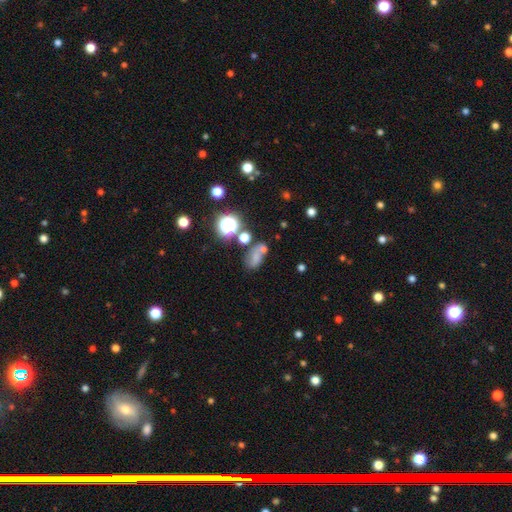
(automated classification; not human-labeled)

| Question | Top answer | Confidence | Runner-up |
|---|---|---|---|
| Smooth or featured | smooth | 56% | featured or disk (22%) |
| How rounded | in between | 74% | round (22%) |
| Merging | none | 42% | merger (24%) |